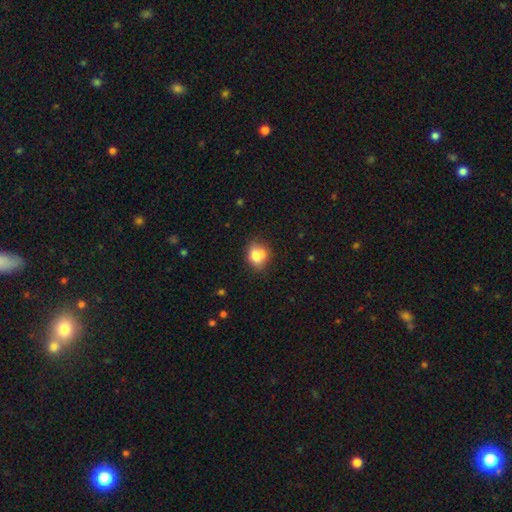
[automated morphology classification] This appears to be a smooth galaxy with no disk features (73%) that is round (62%). Merging: none (46%).